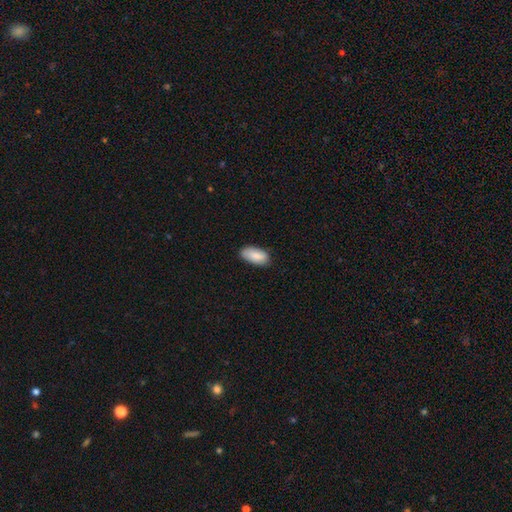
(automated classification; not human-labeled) smooth 87%, featured or disk 7%, star or artifact 6%. Down the decision tree: how rounded — in between (93%); merging — none (81%).